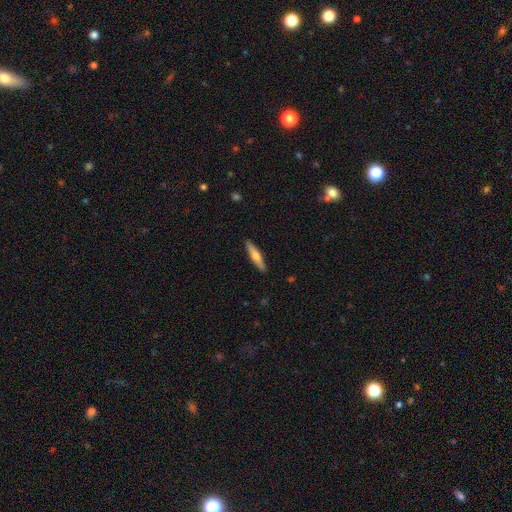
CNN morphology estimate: smooth_or_featured: smooth (p=0.58) [alt: featured or disk p=0.36]
how_rounded: cigar-shaped (p=0.85) [alt: in between p=0.14]
merging: none (p=0.90) [alt: minor disturbance p=0.07]